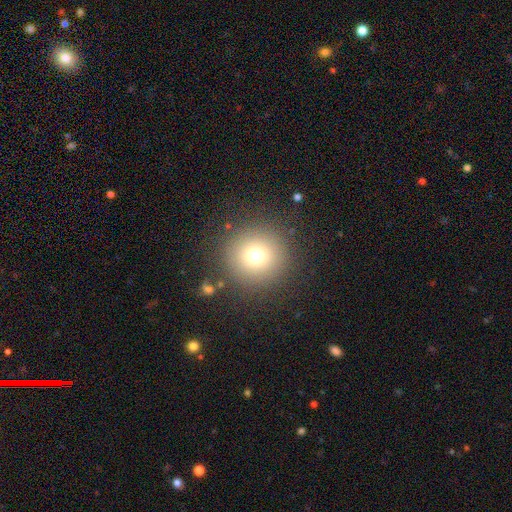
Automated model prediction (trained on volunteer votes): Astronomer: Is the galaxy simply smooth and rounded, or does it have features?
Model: smooth — 72%.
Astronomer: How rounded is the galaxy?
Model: round — 96%.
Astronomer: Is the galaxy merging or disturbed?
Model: none — 87%.